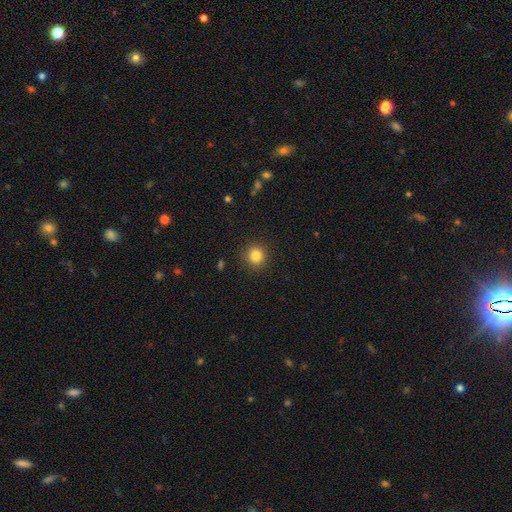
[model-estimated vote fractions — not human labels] The model was most divided on "smooth or featured": smooth: 84%, star or artifact: 11%, featured or disk: 5%. More confident: how rounded — round (93%); merging — none (90%).